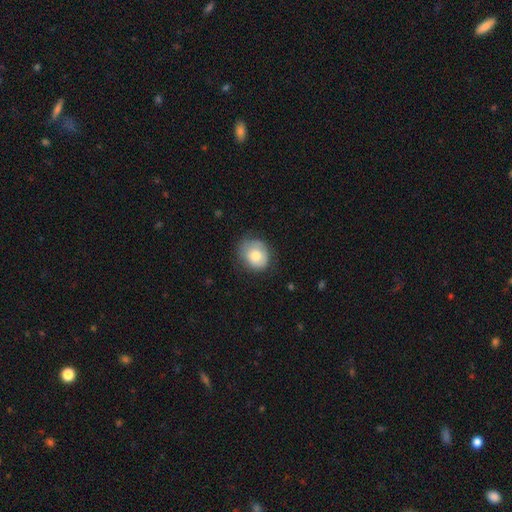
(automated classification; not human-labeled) A smooth galaxy with no disk features (76%) that is round (67%). Merging: none (63%).